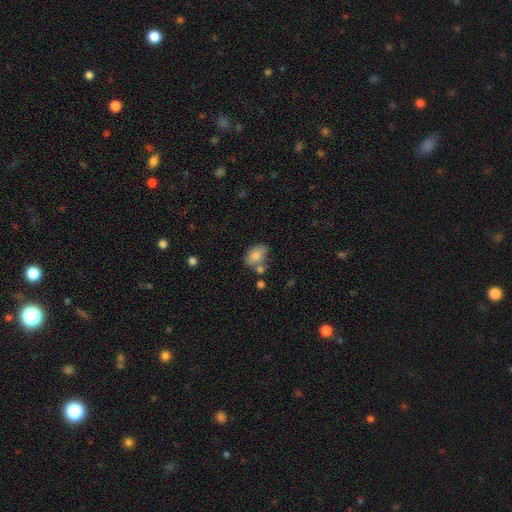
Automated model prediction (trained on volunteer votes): Morphology: type=smooth (80%); roundness=in between (85%); merging=none (58%).